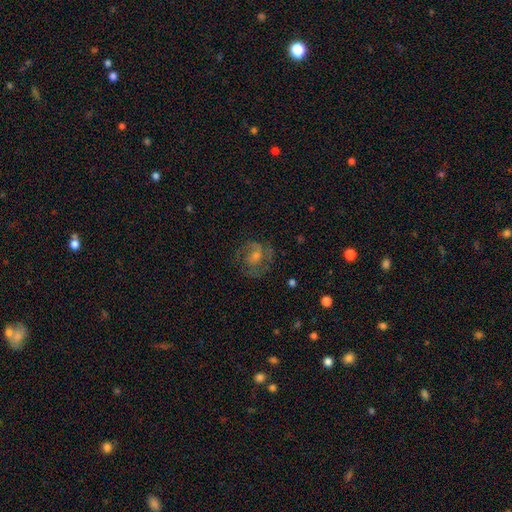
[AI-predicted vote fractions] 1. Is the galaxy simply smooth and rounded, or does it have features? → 72% featured or disk, 15% smooth, 12% star or artifact.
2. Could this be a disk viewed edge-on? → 97% no, 3% yes.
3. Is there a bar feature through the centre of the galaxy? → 47% no, 43% weak, 11% strong.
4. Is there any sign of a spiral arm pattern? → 91% yes, 9% no.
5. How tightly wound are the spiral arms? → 47% medium, 42% tight, 12% loose.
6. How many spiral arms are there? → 67% 2, 16% can't tell, 8% 3, 4% 1, 2% 4, 2% more than 4.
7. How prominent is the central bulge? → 42% moderate, 40% small, 9% none, 7% large, 2% dominant.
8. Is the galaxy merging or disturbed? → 76% none, 14% minor disturbance, 9% major disturbance, 1% merger.